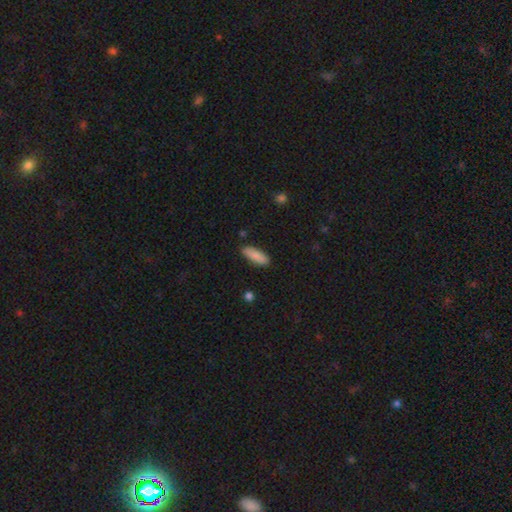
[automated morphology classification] Smooth or featured?
  - smooth: 87% *
  - featured or disk: 7%
  - star or artifact: 6%
How rounded?
  - in between: 65% *
  - cigar-shaped: 34%
  - round: 2%
Merging?
  - none: 88% *
  - minor disturbance: 9%
  - major disturbance: 2%
  - merger: 1%